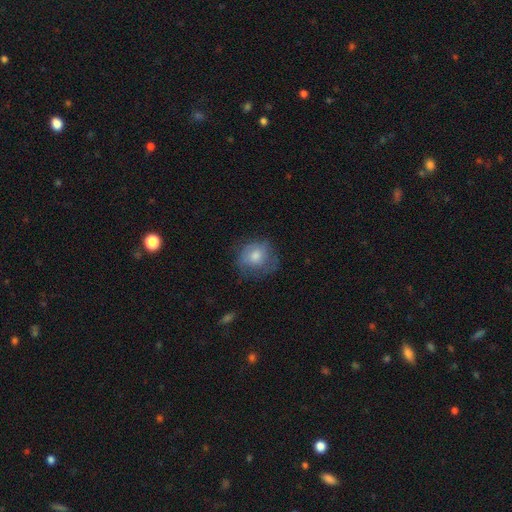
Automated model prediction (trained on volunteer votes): smooth_or_featured: smooth (p=0.65) [alt: featured or disk p=0.25]
how_rounded: round (p=0.80) [alt: in between p=0.19]
merging: none (p=0.64) [alt: minor disturbance p=0.24]